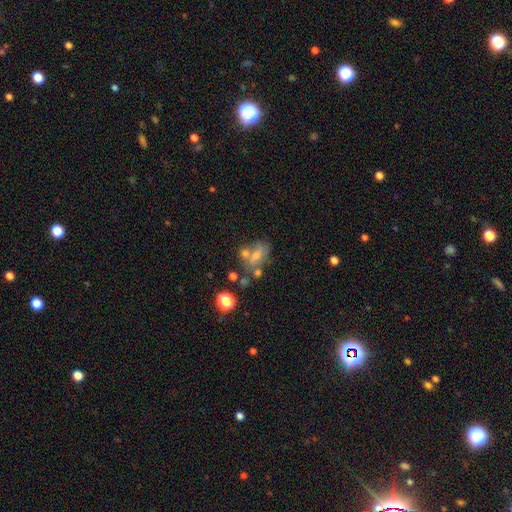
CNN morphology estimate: smooth-or-featured: smooth: 42% | featured or disk: 34% | star or artifact: 24%
  merging: none: 43% | merger: 27% | minor disturbance: 17% | major disturbance: 13%